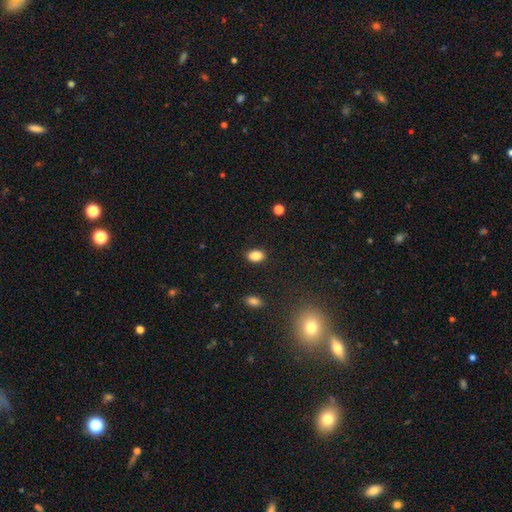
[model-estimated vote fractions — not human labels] Smooth or featured? smooth (87%)
How rounded? in between (85%)
Merging? none (87%)